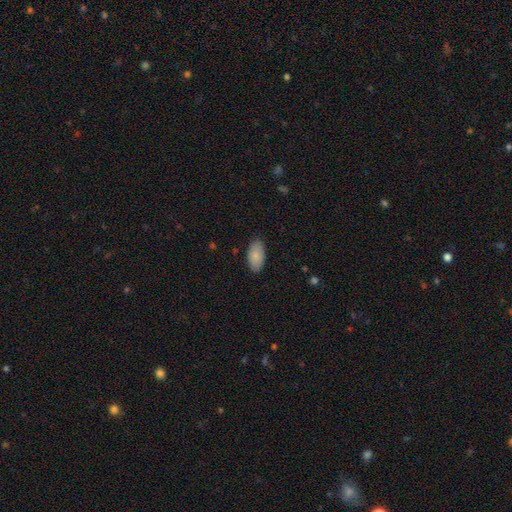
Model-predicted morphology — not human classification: This is clearly a smooth galaxy (84%). How rounded: clearly in between (94%). Merging: clearly none (85%).